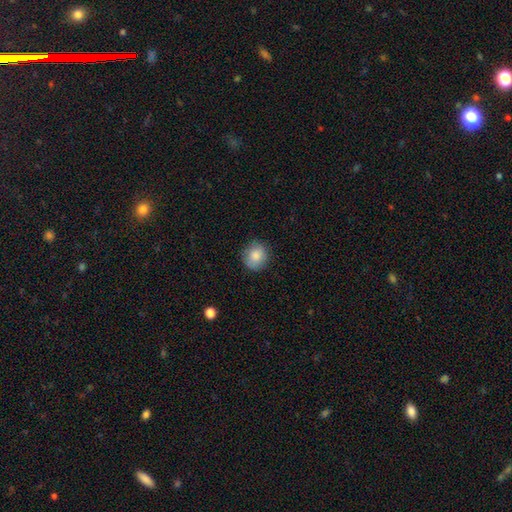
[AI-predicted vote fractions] A smooth galaxy with no disk features (84%) that is round (84%).

Vote fractions:
- Smooth or featured? smooth: 84% / star or artifact: 8% / featured or disk: 7%
- How rounded? round: 84% / in between: 15% / cigar-shaped: 1%
- Merging? none: 85% / minor disturbance: 12% / major disturbance: 3% / merger: 1%